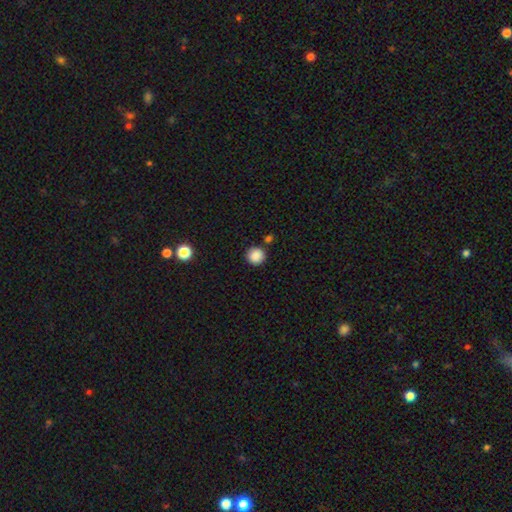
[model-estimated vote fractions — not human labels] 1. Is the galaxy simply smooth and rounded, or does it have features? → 87% smooth, 10% star or artifact, 3% featured or disk.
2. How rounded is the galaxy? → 94% round, 5% in between, 1% cigar-shaped.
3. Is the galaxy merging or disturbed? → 86% none, 7% minor disturbance, 4% merger, 2% major disturbance.